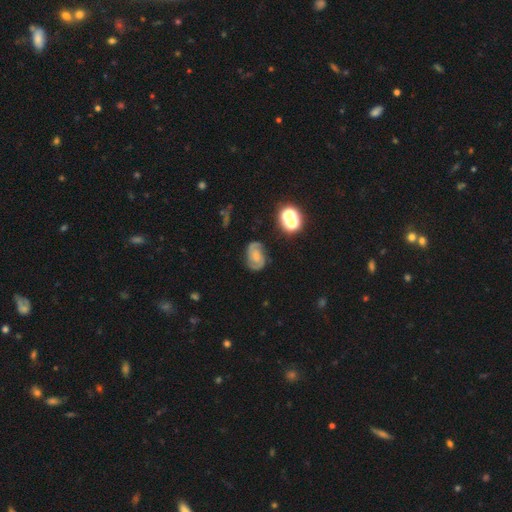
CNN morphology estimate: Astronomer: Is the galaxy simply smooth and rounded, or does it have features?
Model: featured or disk — 71%.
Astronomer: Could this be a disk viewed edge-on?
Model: no — 97%.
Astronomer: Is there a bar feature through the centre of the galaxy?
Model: no — 55% (runner-up: weak, 38%).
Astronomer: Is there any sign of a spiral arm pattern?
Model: yes — 94%.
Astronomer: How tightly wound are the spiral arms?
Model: medium — 49% (runner-up: tight, 34%).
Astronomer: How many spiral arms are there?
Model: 2 — 83%.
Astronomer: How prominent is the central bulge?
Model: small — 33% (runner-up: none, 29%).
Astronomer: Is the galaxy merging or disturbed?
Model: none — 72%.